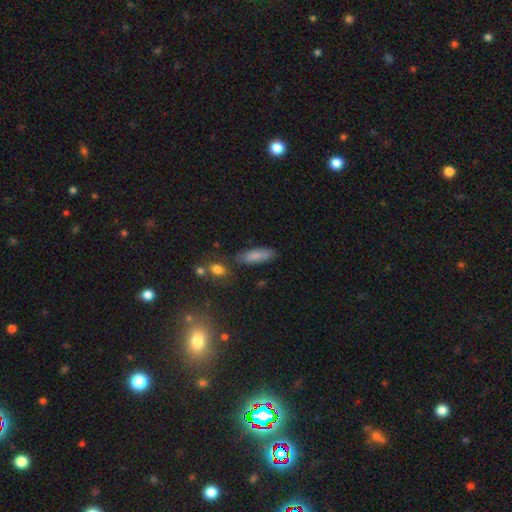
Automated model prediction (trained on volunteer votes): The model was most divided on "how rounded": in between: 59%, cigar-shaped: 39%, round: 3%. More confident: smooth or featured — smooth (79%); merging — none (75%).